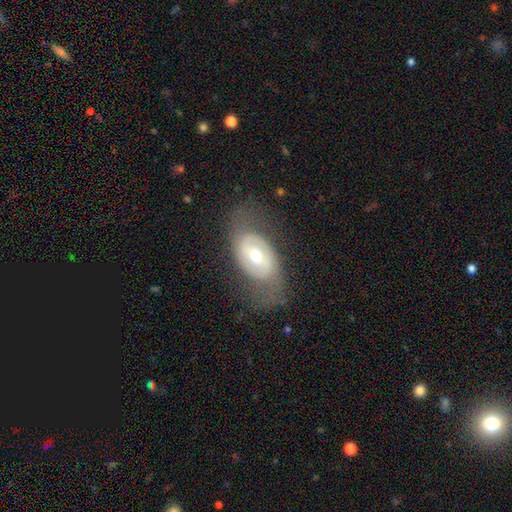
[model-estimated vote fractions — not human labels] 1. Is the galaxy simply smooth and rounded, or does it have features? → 70% featured or disk, 23% smooth, 7% star or artifact.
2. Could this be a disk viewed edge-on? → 93% no, 7% yes.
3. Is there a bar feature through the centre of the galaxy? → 40% weak, 35% no, 25% strong.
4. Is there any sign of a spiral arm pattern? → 69% yes, 31% no.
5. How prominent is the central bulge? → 59% moderate, 35% small, 4% large, 1% dominant, 1% none.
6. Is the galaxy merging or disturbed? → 61% none, 20% minor disturbance, 17% major disturbance, 1% merger.